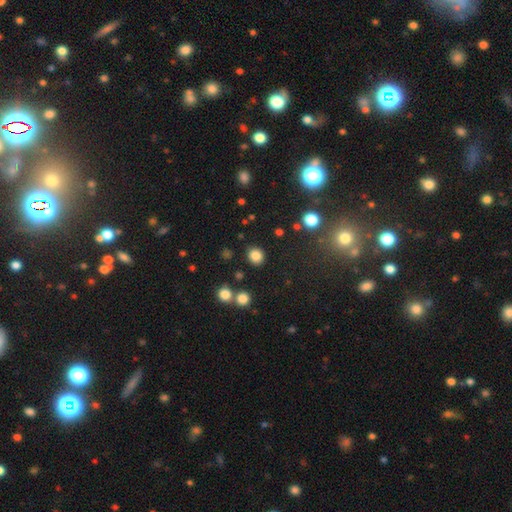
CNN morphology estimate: type=smooth (83%); roundness=round (77%); merging=none (85%).